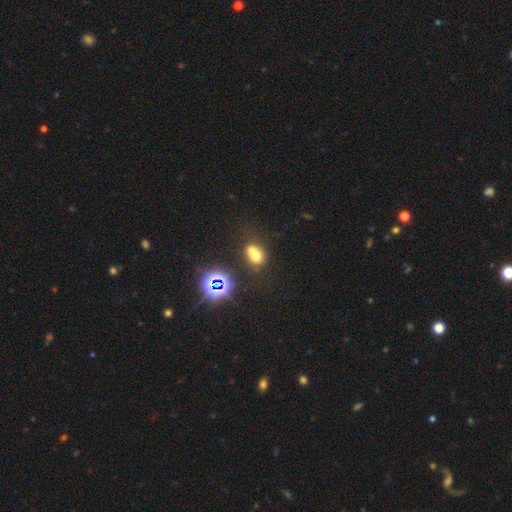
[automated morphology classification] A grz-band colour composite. It shows a smooth galaxy with no disk features (58%) that is round (59%). Merging: merger (59%).